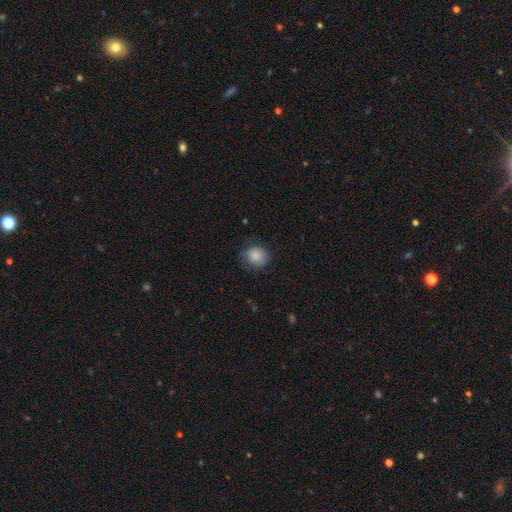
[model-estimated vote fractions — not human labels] The model was most divided on "merging": none: 70%, minor disturbance: 21%, major disturbance: 8%, merger: 1%. More confident: how rounded — round (85%); smooth or featured — smooth (85%).